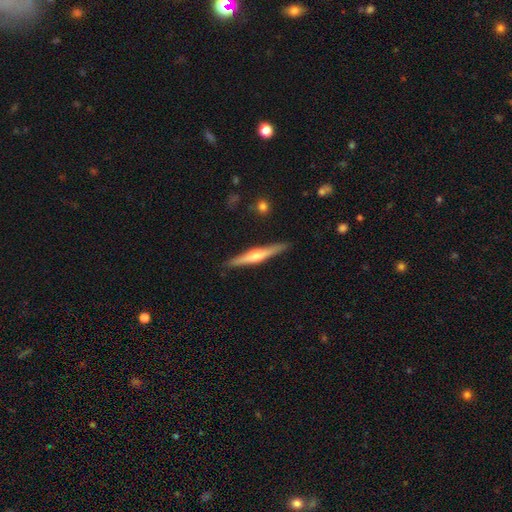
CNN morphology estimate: Smooth or featured: featured or disk — 69% (smooth — 26%)
Edge-on disk: yes — 98% (no — 2%)
Edge-on bulge: rounded — 91% (none — 5%)
Merging: none — 91% (minor disturbance — 7%)